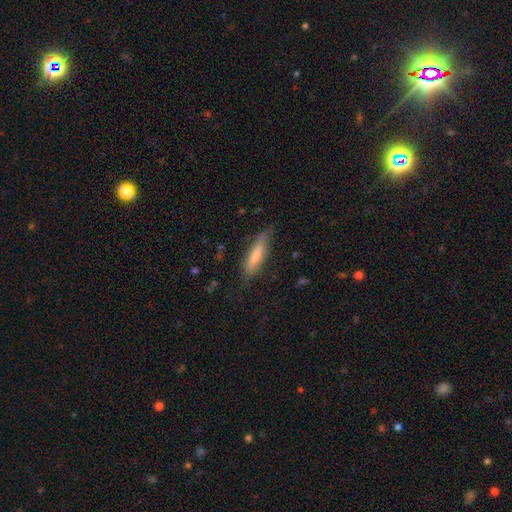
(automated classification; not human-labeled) This appears to be a smooth galaxy with no disk features (69%) that is cigar-shaped (77%). Merging: none (75%).